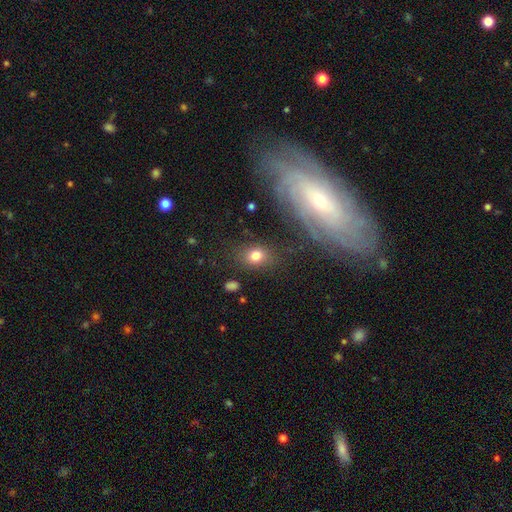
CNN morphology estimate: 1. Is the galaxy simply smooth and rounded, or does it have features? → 78% smooth, 12% star or artifact, 11% featured or disk.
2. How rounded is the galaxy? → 59% in between, 39% round, 2% cigar-shaped.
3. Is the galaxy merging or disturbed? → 77% none, 14% minor disturbance, 5% major disturbance, 4% merger.